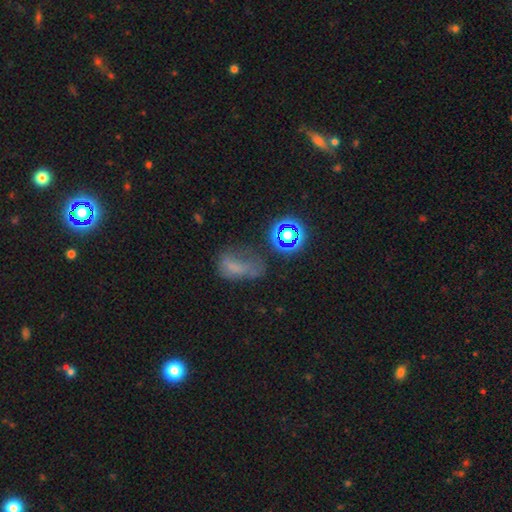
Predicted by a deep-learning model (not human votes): smooth 39%, star or artifact 36%, featured or disk 25%. Down the decision tree: merging — none (47%).